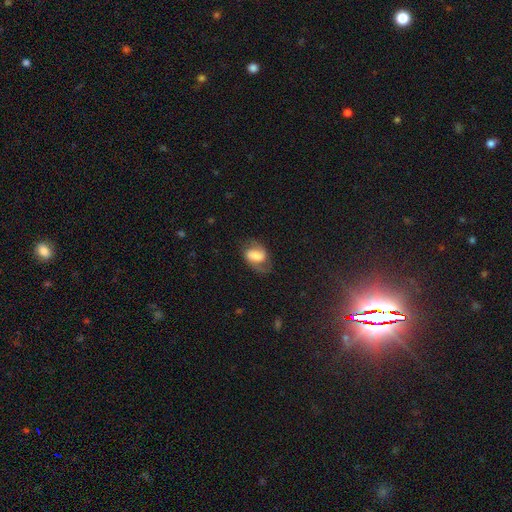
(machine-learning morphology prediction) Smooth or featured? featured or disk (52%)
Edge-on disk? no (96%)
Bar? weak (40%)
Spiral arms? yes (83%)
Bulge size? large (37%)
Merging? none (61%)